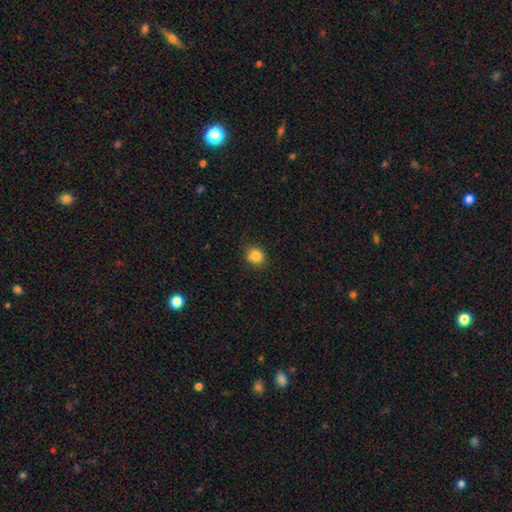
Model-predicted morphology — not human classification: Smooth or featured?
  - smooth: 83% *
  - star or artifact: 11%
  - featured or disk: 5%
How rounded?
  - round: 79% *
  - in between: 20%
  - cigar-shaped: 1%
Merging?
  - none: 83% *
  - minor disturbance: 12%
  - major disturbance: 3%
  - merger: 2%